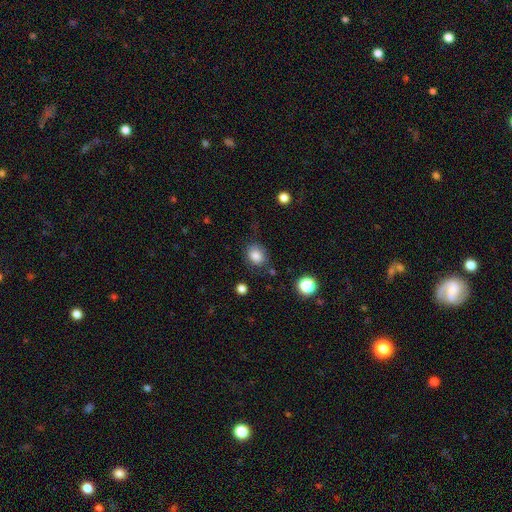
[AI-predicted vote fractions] Overall: smooth (83%). How rounded: round (64%; in between 35%). Merging: none (76%).